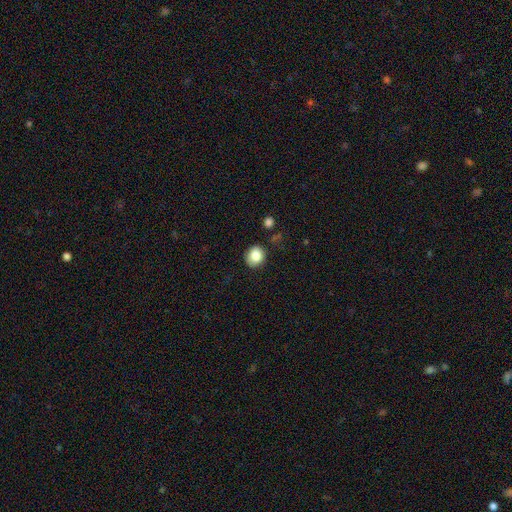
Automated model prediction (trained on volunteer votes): Smooth or featured? Predicted: smooth (p=0.83). How rounded? Predicted: round (p=0.72). Merging? Predicted: none (p=0.81).